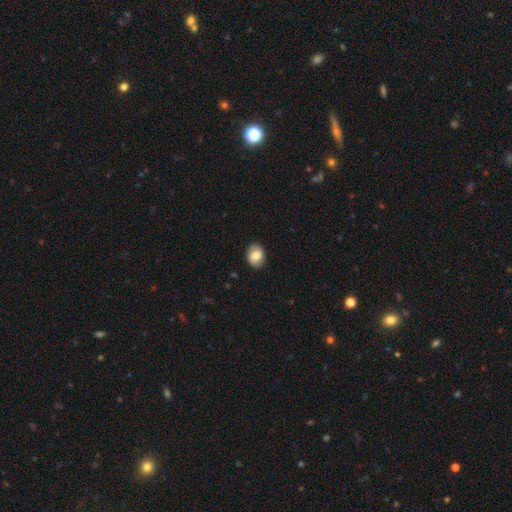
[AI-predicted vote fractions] The model was most divided on "how rounded": in between: 64%, round: 35%, cigar-shaped: 1%. More confident: merging — none (86%); smooth or featured — smooth (76%).